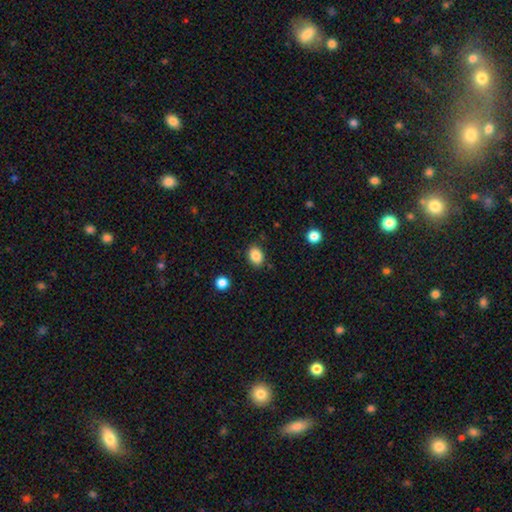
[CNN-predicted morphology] A smooth galaxy with no disk features (86%) that is in between round and cigar-shaped (66%).

Vote fractions:
- Smooth or featured? smooth: 86% / star or artifact: 9% / featured or disk: 5%
- How rounded? in between: 66% / round: 33% / cigar-shaped: 1%
- Merging? none: 84% / minor disturbance: 11% / major disturbance: 3% / merger: 2%